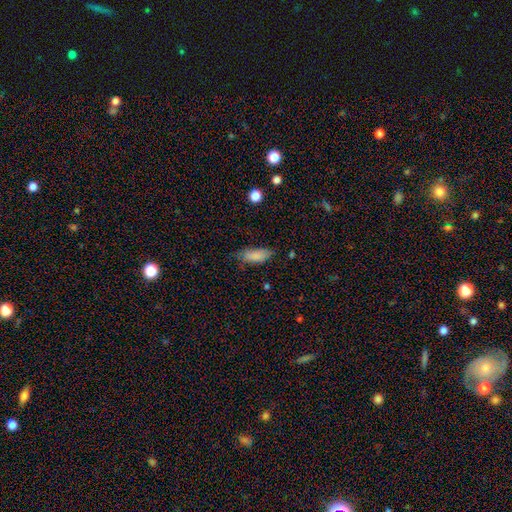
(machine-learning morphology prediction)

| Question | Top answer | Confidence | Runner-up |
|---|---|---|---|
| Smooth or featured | smooth | 84% | featured or disk (8%) |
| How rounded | in between | 78% | cigar-shaped (20%) |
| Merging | none | 64% | minor disturbance (27%) |